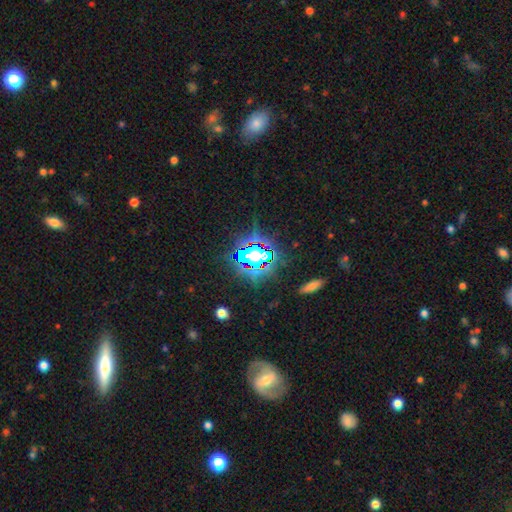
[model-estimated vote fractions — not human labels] smooth_or_featured: star or artifact (p=0.70) [alt: smooth p=0.19]